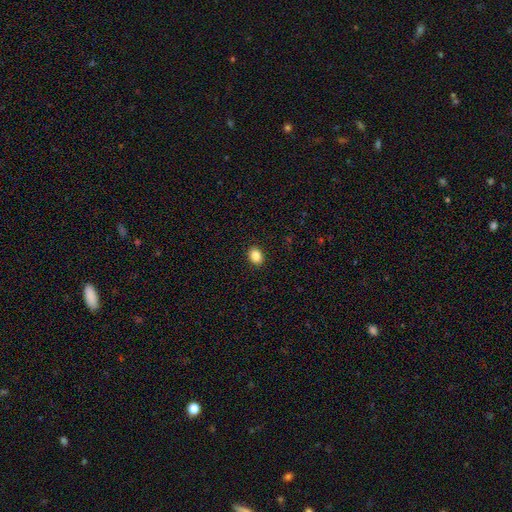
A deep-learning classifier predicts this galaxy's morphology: This appears to be a smooth galaxy with no disk features (86%) that is in between round and cigar-shaped (68%). Merging: none (91%).